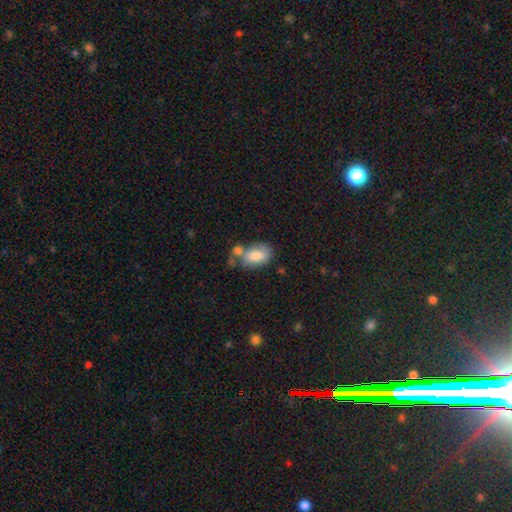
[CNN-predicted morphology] Smooth or featured?
  - smooth: 75% *
  - featured or disk: 18%
  - star or artifact: 7%
How rounded?
  - in between: 90% *
  - round: 9%
  - cigar-shaped: 2%
Merging?
  - none: 38% *
  - merger: 32%
  - minor disturbance: 20%
  - major disturbance: 10%